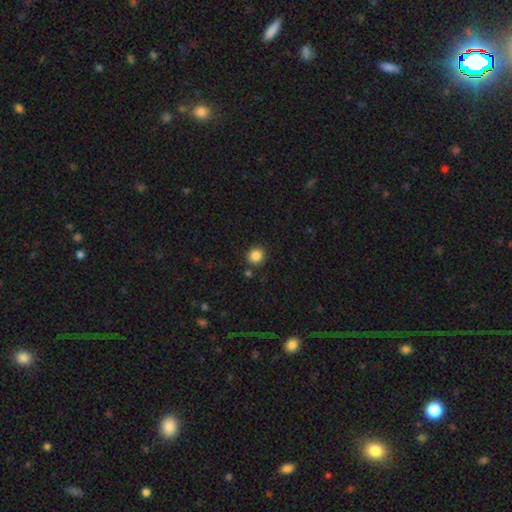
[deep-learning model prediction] A smooth galaxy with no disk features (86%) that is round (90%).

Vote fractions:
- Smooth or featured? smooth: 86% / star or artifact: 11% / featured or disk: 4%
- How rounded? round: 90% / in between: 9% / cigar-shaped: 1%
- Merging? none: 87% / minor disturbance: 7% / merger: 4% / major disturbance: 2%